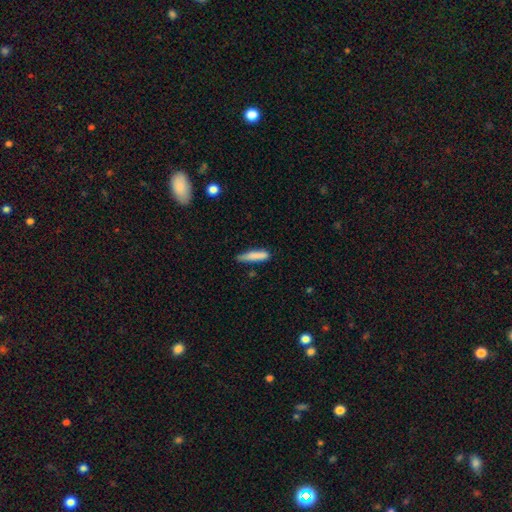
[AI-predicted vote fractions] Morphology: type=smooth (83%); roundness=cigar-shaped (85%); merging=none (65%).